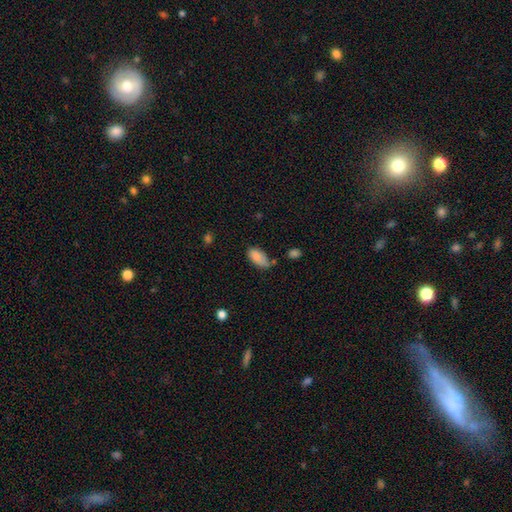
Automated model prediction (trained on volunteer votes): Morphology: type=smooth (84%); roundness=in between (93%); merging=none (48%).